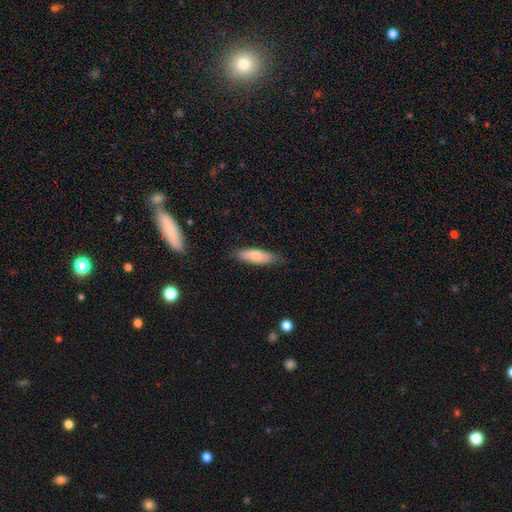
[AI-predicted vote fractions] Smooth or featured? smooth (75%)
How rounded? cigar-shaped (51%)
Merging? none (81%)